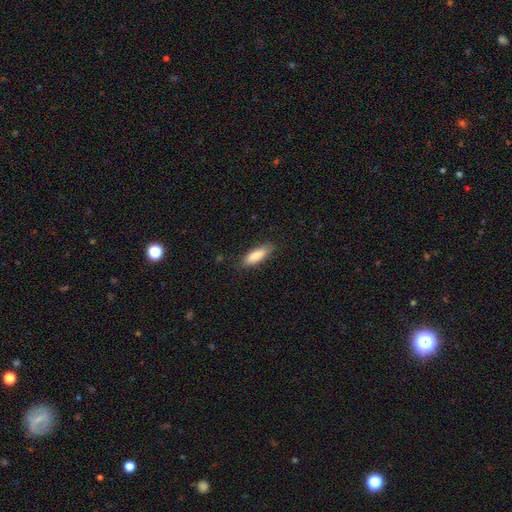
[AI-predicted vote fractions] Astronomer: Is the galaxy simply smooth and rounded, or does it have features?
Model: smooth — 85%.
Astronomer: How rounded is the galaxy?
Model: in between — 55% (runner-up: cigar-shaped, 43%).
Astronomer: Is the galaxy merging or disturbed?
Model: none — 82%.